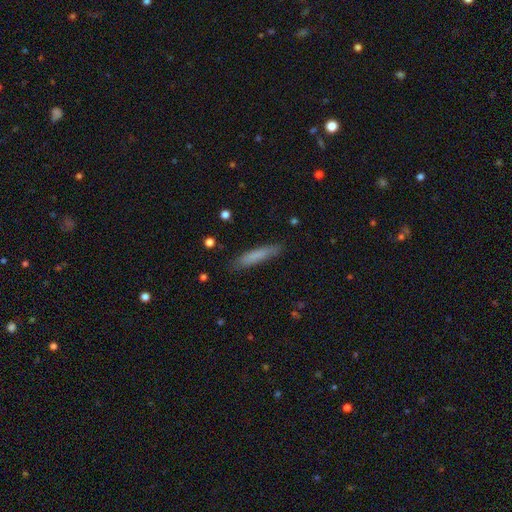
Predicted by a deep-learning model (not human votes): This is likely a smooth galaxy (77%). How rounded: clearly cigar-shaped (89%). Merging: clearly none (84%).